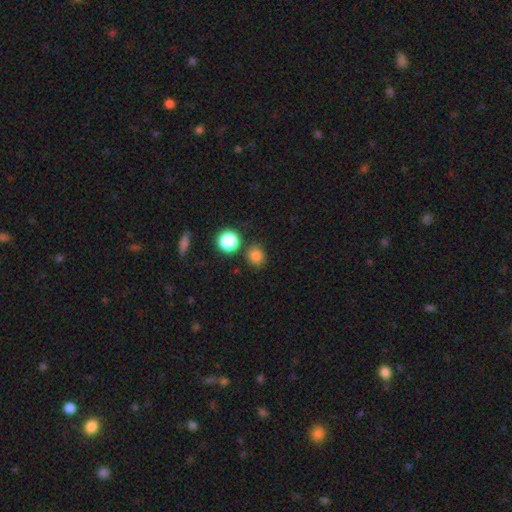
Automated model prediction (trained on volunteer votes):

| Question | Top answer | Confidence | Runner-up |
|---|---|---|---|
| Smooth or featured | smooth | 81% | star or artifact (15%) |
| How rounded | round | 83% | in between (16%) |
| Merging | none | 80% | minor disturbance (10%) |